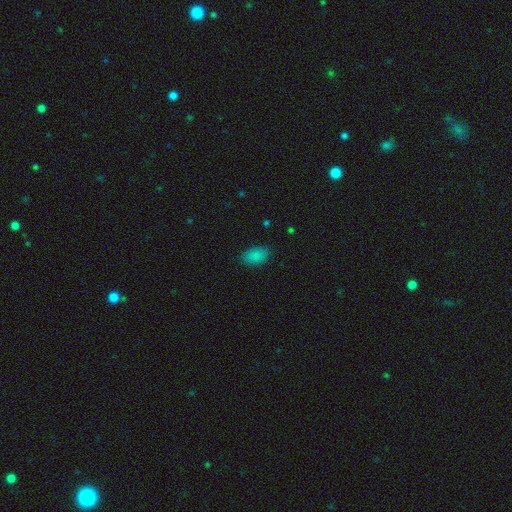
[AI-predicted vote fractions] Overall: smooth (86%). How rounded: in between (92%). Merging: none (83%).